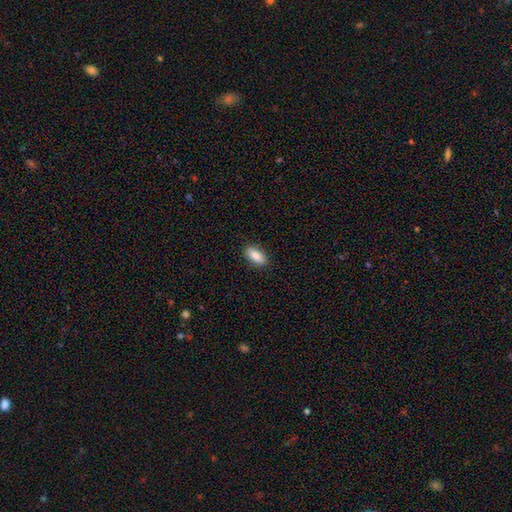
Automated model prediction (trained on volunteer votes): Q: Smooth or featured?
A: smooth (88%); runner-up: star or artifact (7%)
Q: How rounded?
A: in between (88%); runner-up: cigar-shaped (9%)
Q: Merging?
A: none (89%); runner-up: minor disturbance (8%)